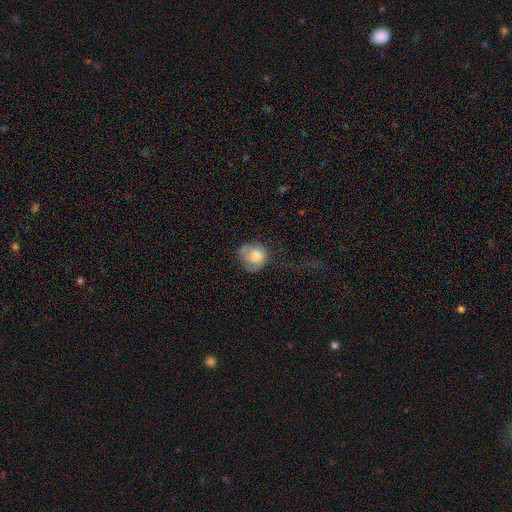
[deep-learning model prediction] smooth 70%, featured or disk 21%, star or artifact 8%. Down the decision tree: how rounded — round (63%); merging — none (34%).